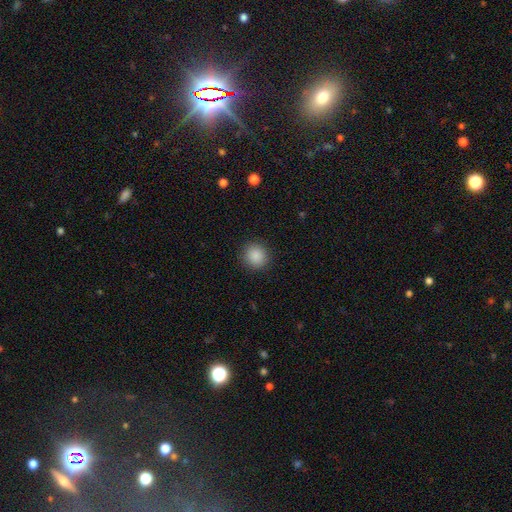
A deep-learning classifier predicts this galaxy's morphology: A smooth galaxy with no disk features (88%) that is round (89%). Merging: none (91%).